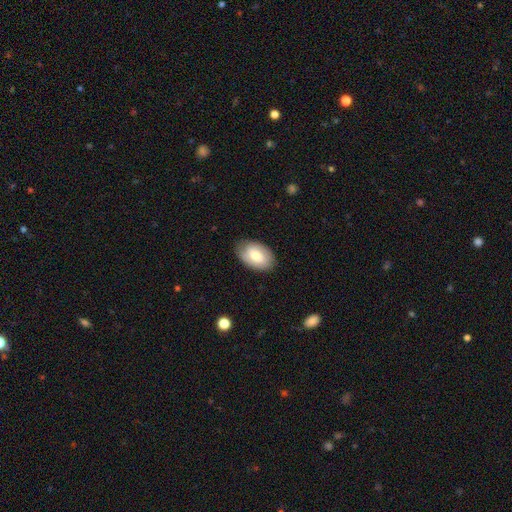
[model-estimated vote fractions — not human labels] This appears to be a smooth galaxy with no disk features (68%) that is in between round and cigar-shaped (91%). Merging: none (80%).